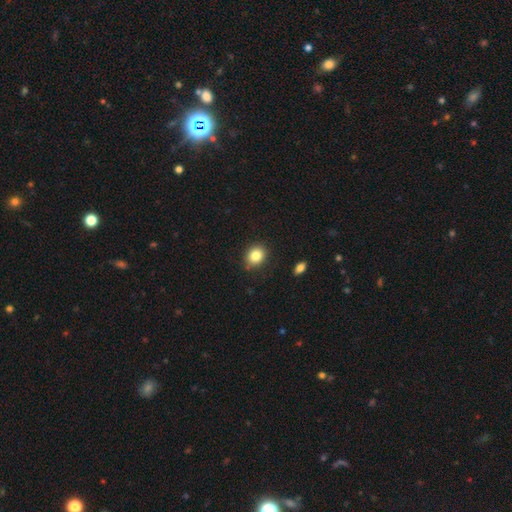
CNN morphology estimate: Smooth or featured?
  - smooth: 84% *
  - star or artifact: 10%
  - featured or disk: 7%
How rounded?
  - round: 56% *
  - in between: 43%
  - cigar-shaped: 1%
Merging?
  - none: 85% *
  - minor disturbance: 11%
  - major disturbance: 2%
  - merger: 2%